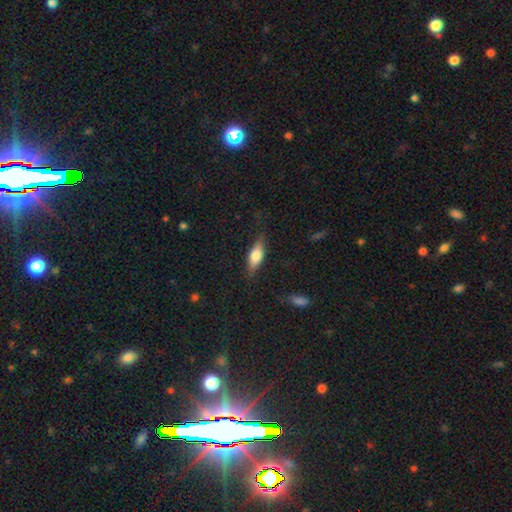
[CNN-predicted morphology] smooth 62%, featured or disk 31%, star or artifact 7%. Down the decision tree: how rounded — in between (66%); merging — none (78%).